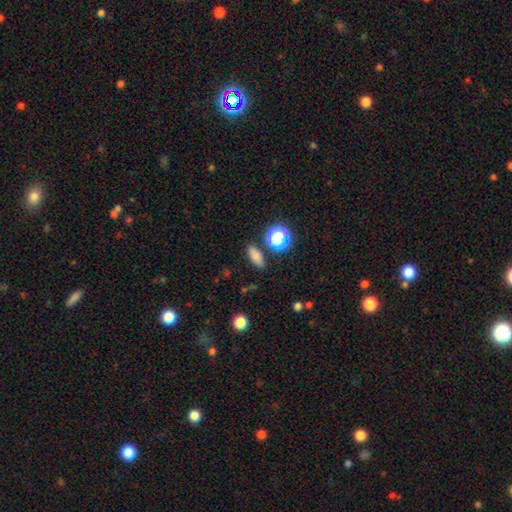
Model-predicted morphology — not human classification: A smooth galaxy with no disk features (77%) that is in between round and cigar-shaped (67%). Merging: none (84%).